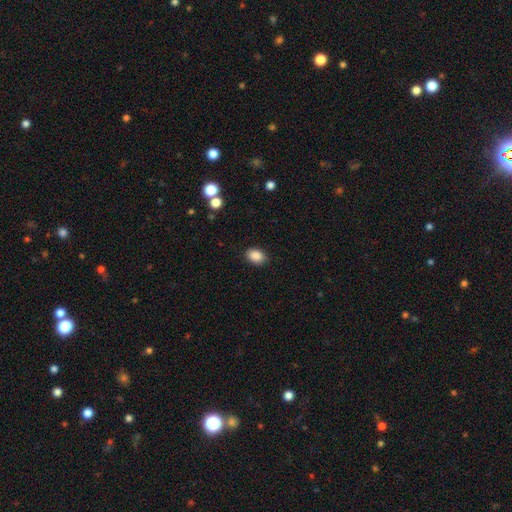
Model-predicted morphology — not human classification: Overall: smooth (88%). How rounded: in between (77%). Merging: none (87%).